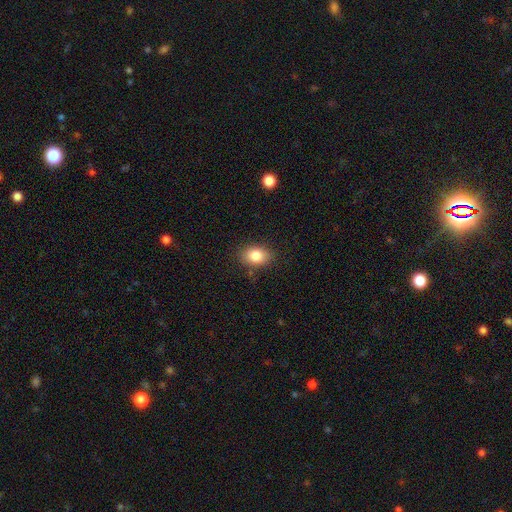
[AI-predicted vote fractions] Smooth or featured: smooth — 84% (star or artifact — 9%)
How rounded: in between — 76% (round — 23%)
Merging: none — 84% (minor disturbance — 12%)